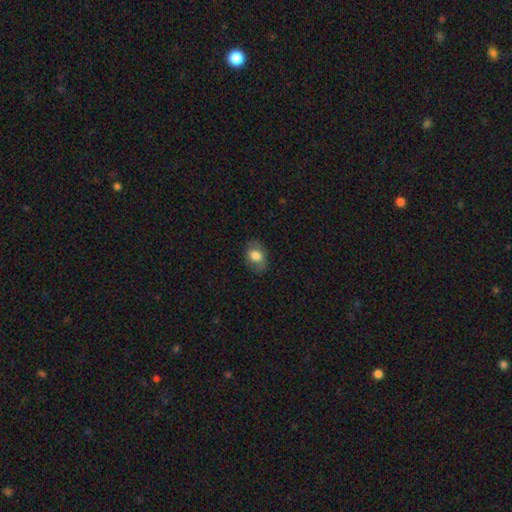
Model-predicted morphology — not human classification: Q: Smooth or featured?
A: smooth (72%); runner-up: featured or disk (20%)
Q: How rounded?
A: in between (73%); runner-up: round (26%)
Q: Merging?
A: none (79%); runner-up: minor disturbance (15%)